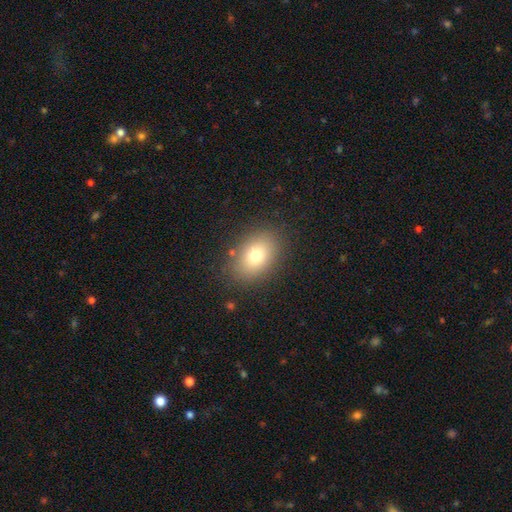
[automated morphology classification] This is likely a smooth galaxy (77%). How rounded: likely in between (77%). Merging: clearly none (84%).